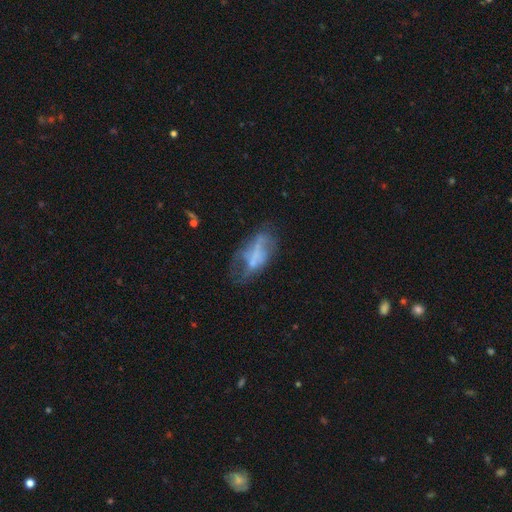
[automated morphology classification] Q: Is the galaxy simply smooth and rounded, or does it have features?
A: featured or disk — 51%.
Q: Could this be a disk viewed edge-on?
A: no — 91%.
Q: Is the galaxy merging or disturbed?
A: none — 37%.